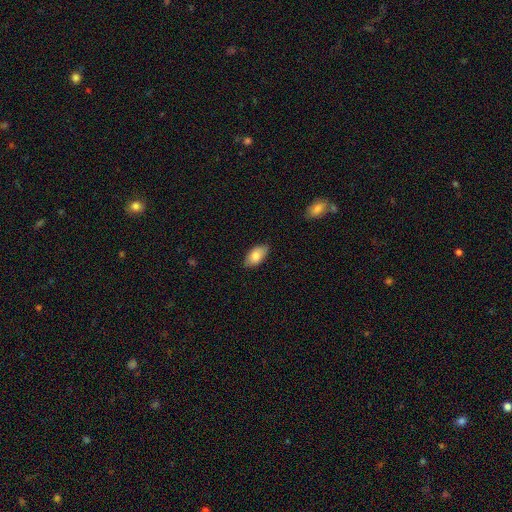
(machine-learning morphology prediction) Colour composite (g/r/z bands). It shows a smooth galaxy with no disk features (82%) that is in between round and cigar-shaped (93%). Merging: none (82%).